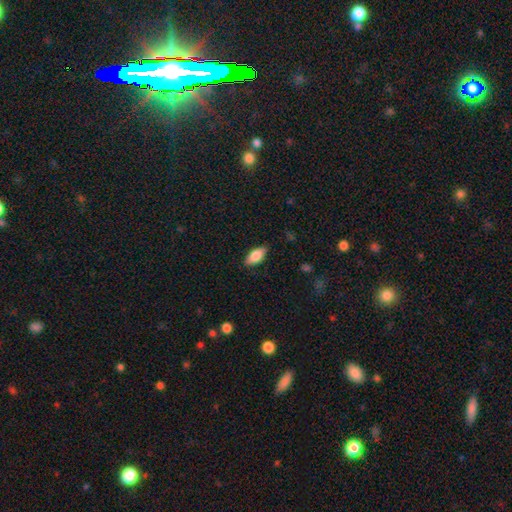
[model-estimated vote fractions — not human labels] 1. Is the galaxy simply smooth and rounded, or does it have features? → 80% smooth, 13% featured or disk, 7% star or artifact.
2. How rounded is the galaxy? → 88% in between, 10% cigar-shaped, 3% round.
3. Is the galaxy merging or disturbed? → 86% none, 11% minor disturbance, 2% major disturbance, 1% merger.